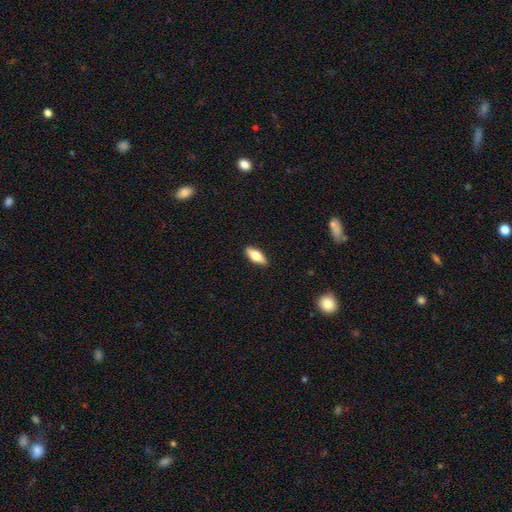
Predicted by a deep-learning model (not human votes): A smooth galaxy with no disk features (67%) that is in between round and cigar-shaped (68%).

Vote fractions:
- Smooth or featured? smooth: 67% / featured or disk: 27% / star or artifact: 6%
- How rounded? in between: 68% / cigar-shaped: 30% / round: 3%
- Merging? none: 89% / minor disturbance: 8% / major disturbance: 2% / merger: 1%